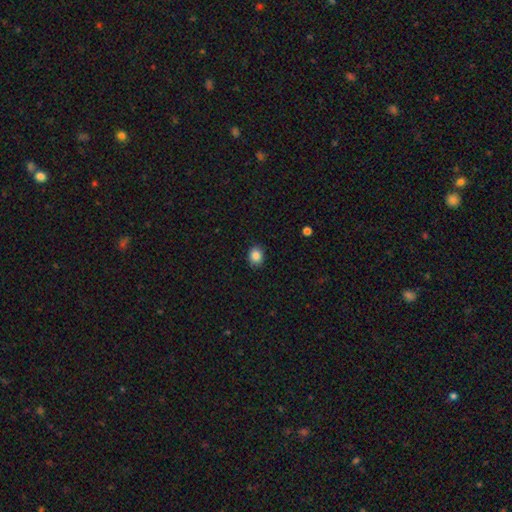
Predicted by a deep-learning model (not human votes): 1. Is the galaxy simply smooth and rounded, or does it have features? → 86% smooth, 10% star or artifact, 4% featured or disk.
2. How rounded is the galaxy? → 59% round, 40% in between, 1% cigar-shaped.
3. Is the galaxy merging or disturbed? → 89% none, 8% minor disturbance, 2% major disturbance, 1% merger.